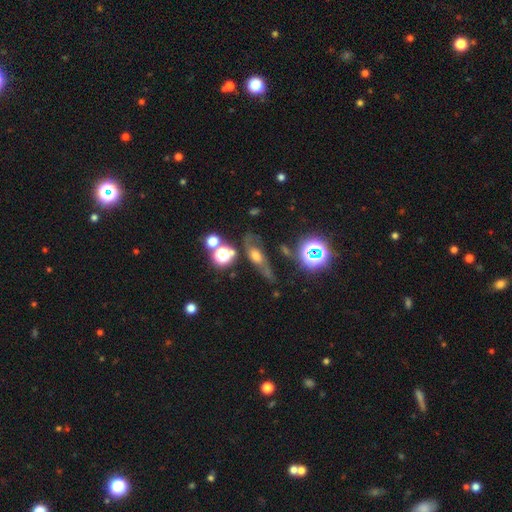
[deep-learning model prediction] Smooth or featured? Predicted: featured or disk (p=0.44). Merging? Predicted: none (p=0.51).